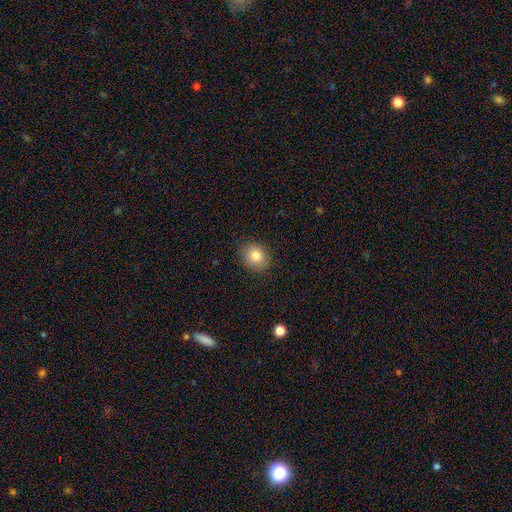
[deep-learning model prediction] smooth-or-featured: smooth: 82% | star or artifact: 9% | featured or disk: 9%
  how-rounded: round: 59% | in between: 40% | cigar-shaped: 1%
  merging: none: 85% | minor disturbance: 11% | major disturbance: 3% | merger: 1%